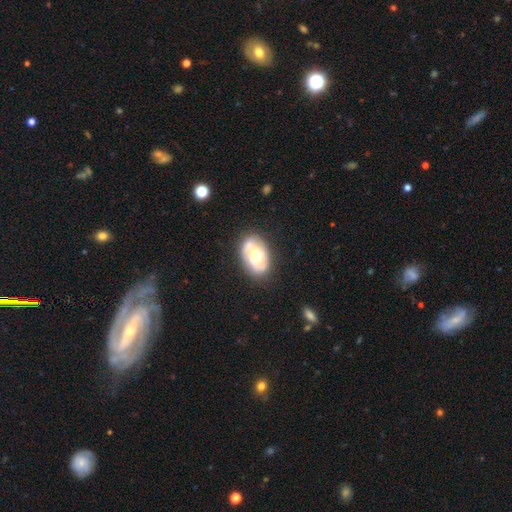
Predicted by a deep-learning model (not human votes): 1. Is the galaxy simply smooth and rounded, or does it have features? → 71% featured or disk, 22% smooth, 6% star or artifact.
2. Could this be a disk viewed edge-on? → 96% no, 4% yes.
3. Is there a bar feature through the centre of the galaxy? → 56% no, 34% weak, 10% strong.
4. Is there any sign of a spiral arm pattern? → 88% yes, 12% no.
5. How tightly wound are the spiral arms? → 45% medium, 35% tight, 20% loose.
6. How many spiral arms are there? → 63% 2, 15% can't tell, 13% 3, 5% 1, 2% 4, 2% more than 4.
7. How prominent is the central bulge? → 59% moderate, 23% large, 14% small, 2% dominant, 2% none.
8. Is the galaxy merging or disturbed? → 71% none, 19% minor disturbance, 7% major disturbance, 3% merger.